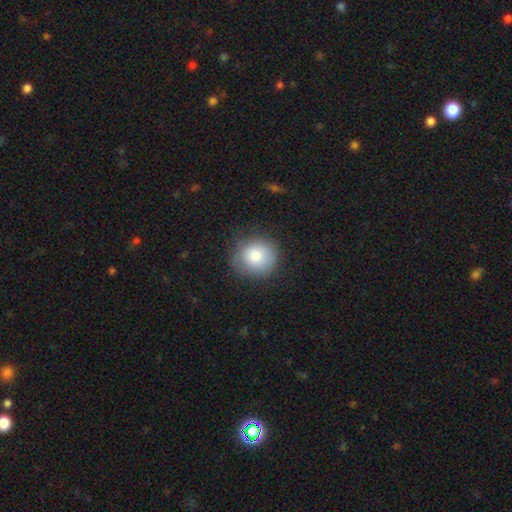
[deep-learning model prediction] Smooth or featured? Predicted: smooth (p=0.80). How rounded? Predicted: round (p=0.89). Merging? Predicted: none (p=0.80).